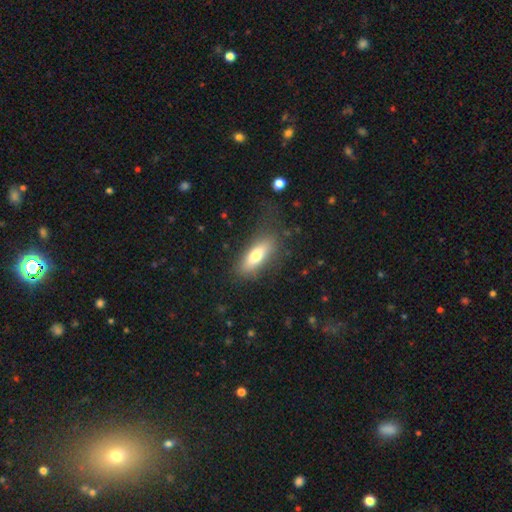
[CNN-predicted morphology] Overall: smooth (70%). How rounded: in between (66%; cigar-shaped 31%). Merging: none (74%).